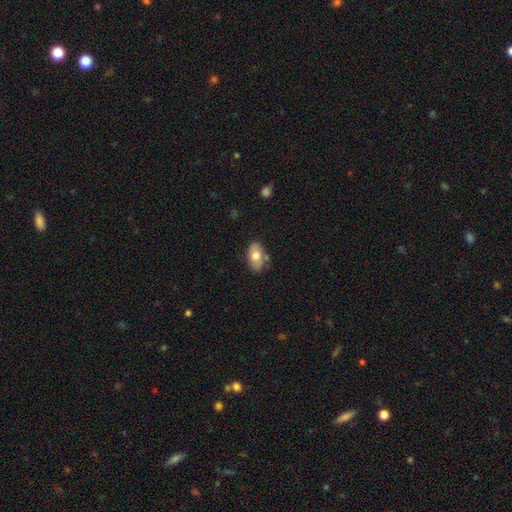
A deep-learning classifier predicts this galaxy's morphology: This appears to be a smooth galaxy with no disk features (74%) that is in between round and cigar-shaped (92%). Merging: none (67%).